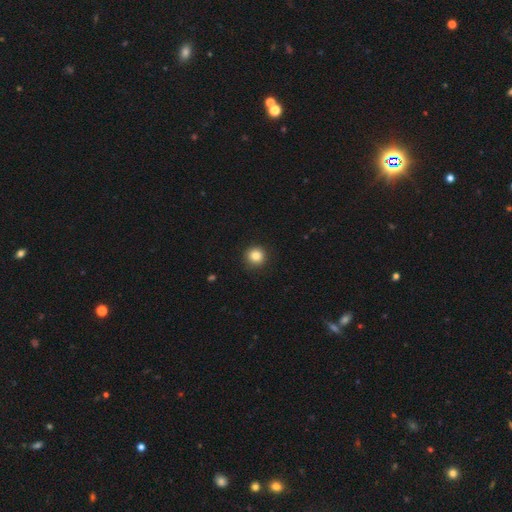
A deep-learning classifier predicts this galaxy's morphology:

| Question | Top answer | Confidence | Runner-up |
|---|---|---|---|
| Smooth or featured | smooth | 86% | star or artifact (10%) |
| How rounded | round | 94% | in between (5%) |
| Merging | none | 91% | minor disturbance (6%) |